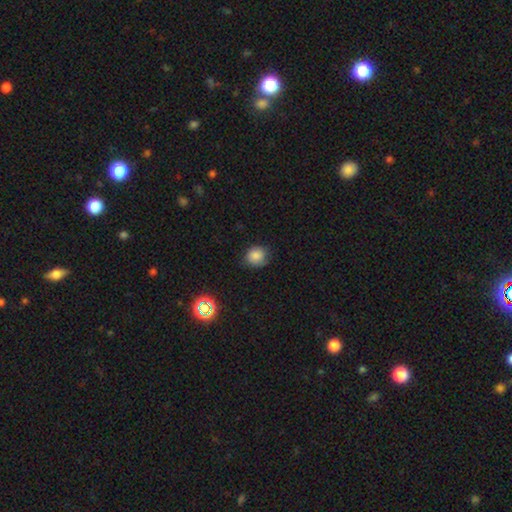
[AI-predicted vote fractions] Morphology: type=smooth (80%); roundness=round (80%); merging=none (71%).